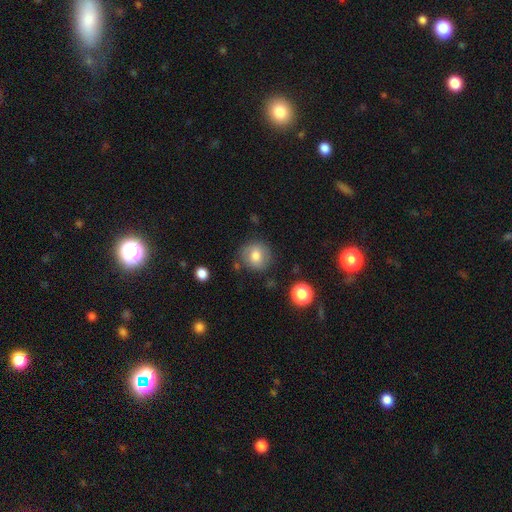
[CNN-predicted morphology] smooth_or_featured: smooth (p=0.73) [alt: featured or disk p=0.17]
how_rounded: round (p=0.86) [alt: in between p=0.13]
merging: none (p=0.79) [alt: minor disturbance p=0.14]